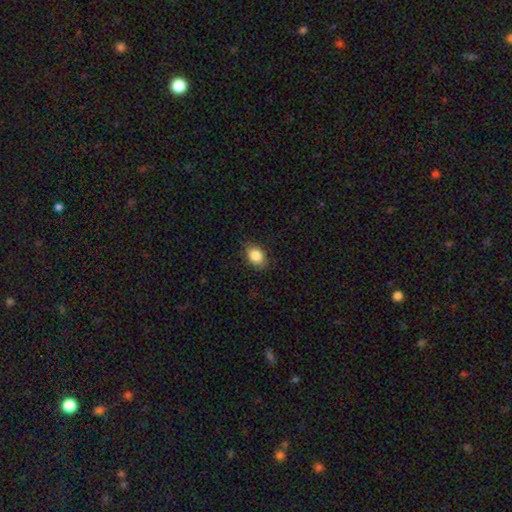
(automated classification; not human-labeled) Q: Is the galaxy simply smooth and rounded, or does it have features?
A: smooth — 86%.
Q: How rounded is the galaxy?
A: in between — 78%.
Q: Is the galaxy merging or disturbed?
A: none — 86%.